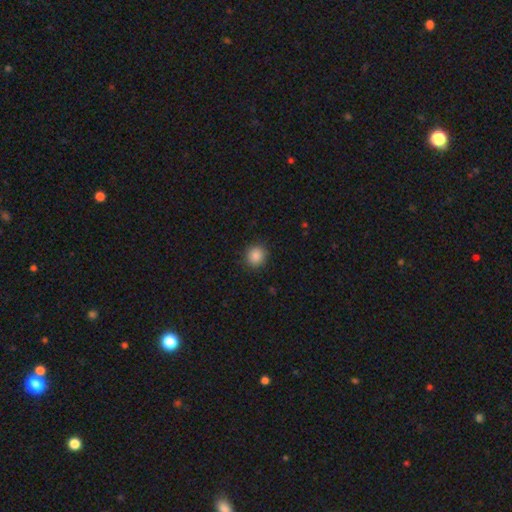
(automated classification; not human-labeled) The model was most divided on "smooth or featured": smooth: 87%, star or artifact: 10%, featured or disk: 3%. More confident: merging — none (90%); how rounded — round (89%).